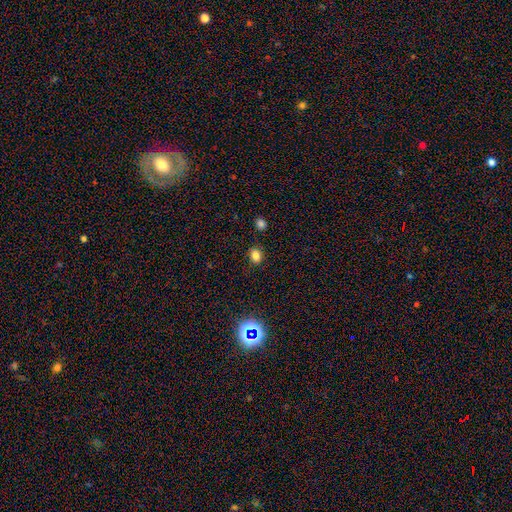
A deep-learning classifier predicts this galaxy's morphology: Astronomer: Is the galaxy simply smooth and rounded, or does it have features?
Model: smooth — 80%.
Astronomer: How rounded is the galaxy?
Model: in between — 61% (runner-up: round, 38%).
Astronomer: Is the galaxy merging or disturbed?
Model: none — 84%.